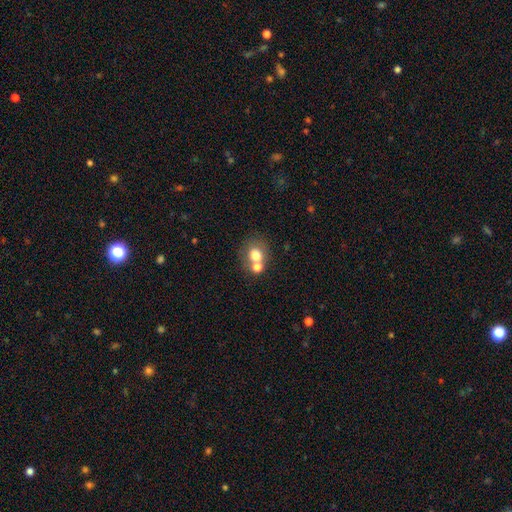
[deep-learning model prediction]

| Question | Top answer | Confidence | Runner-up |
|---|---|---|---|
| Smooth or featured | smooth | 72% | featured or disk (16%) |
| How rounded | round | 73% | in between (26%) |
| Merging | none | 47% | merger (40%) |